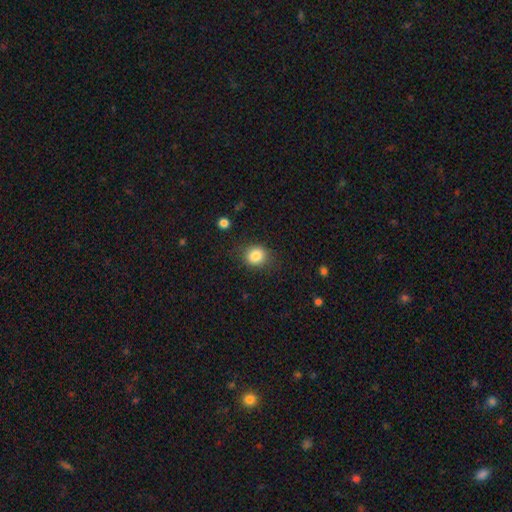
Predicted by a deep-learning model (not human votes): The model was most divided on "how rounded": round: 79%, in between: 20%, cigar-shaped: 1%. More confident: smooth or featured — smooth (84%); merging — none (83%).